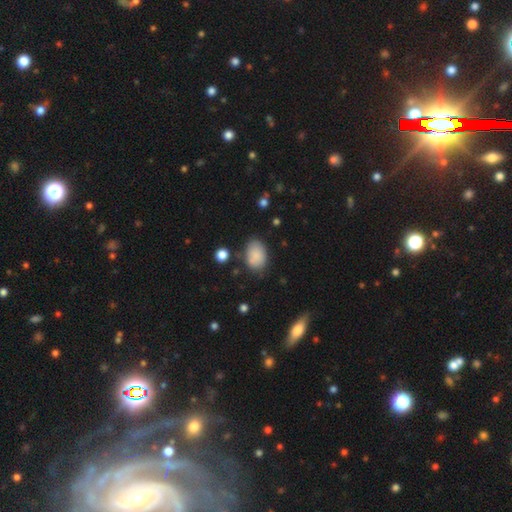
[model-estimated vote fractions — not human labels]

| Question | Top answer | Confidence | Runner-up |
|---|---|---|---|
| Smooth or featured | smooth | 86% | star or artifact (8%) |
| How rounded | in between | 84% | round (14%) |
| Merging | none | 71% | minor disturbance (20%) |